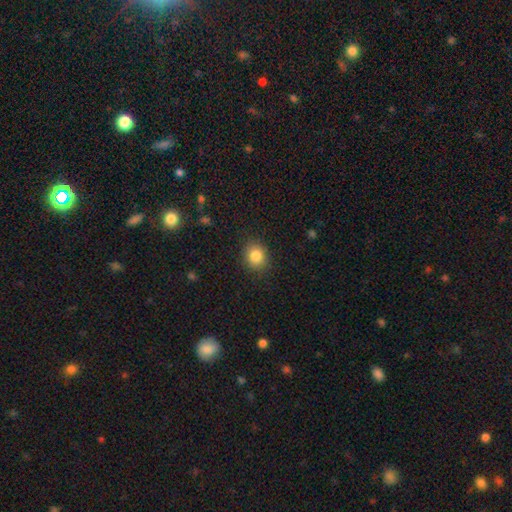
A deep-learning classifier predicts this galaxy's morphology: Smooth or featured? smooth (84%)
How rounded? round (70%)
Merging? none (88%)